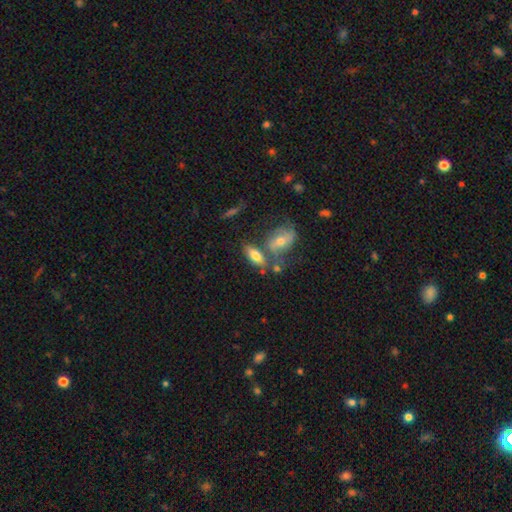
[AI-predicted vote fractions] Q: Smooth or featured?
A: smooth (71%); runner-up: featured or disk (22%)
Q: How rounded?
A: in between (82%); runner-up: cigar-shaped (14%)
Q: Merging?
A: none (50%); runner-up: merger (30%)